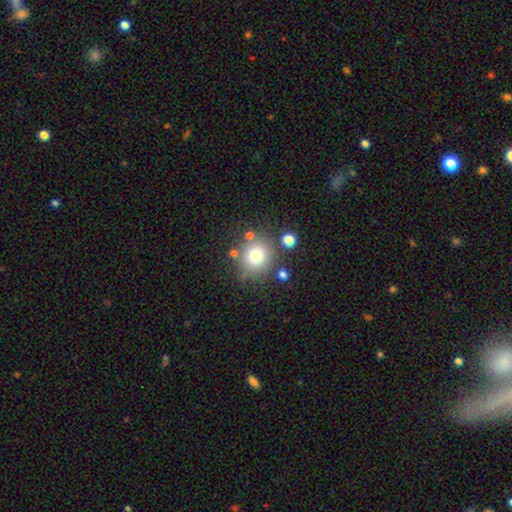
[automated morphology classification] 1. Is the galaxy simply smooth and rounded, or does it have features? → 74% smooth, 15% star or artifact, 12% featured or disk.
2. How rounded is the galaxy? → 92% round, 7% in between, 1% cigar-shaped.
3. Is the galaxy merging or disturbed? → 79% none, 10% minor disturbance, 7% merger, 4% major disturbance.